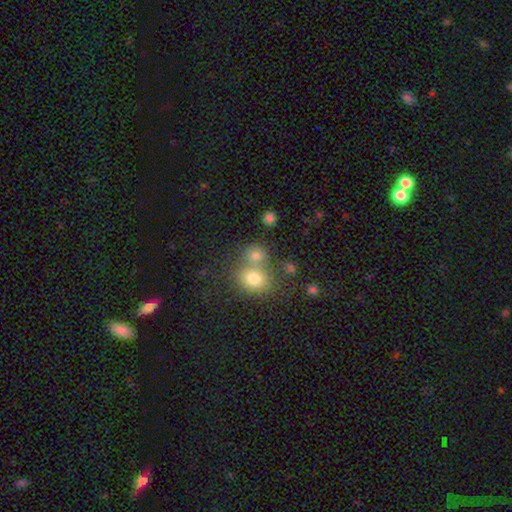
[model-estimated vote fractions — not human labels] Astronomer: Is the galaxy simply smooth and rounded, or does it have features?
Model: smooth — 76%.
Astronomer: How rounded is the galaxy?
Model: round — 68%.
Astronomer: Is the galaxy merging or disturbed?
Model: merger — 48% (runner-up: none, 41%).